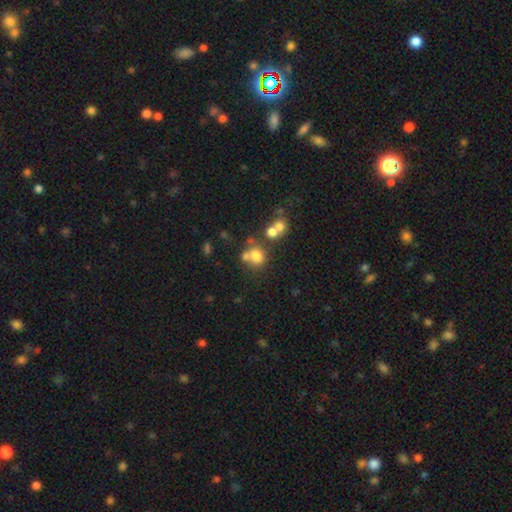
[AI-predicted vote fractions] This is likely a smooth galaxy (70%). How rounded: likely round (79%). Merging: possibly none (48%).